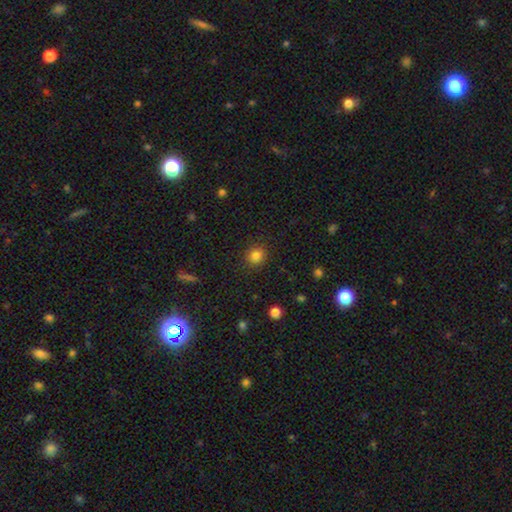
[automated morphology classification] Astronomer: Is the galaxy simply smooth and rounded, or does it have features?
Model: smooth — 83%.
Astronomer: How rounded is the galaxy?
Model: round — 85%.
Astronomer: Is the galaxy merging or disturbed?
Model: none — 88%.